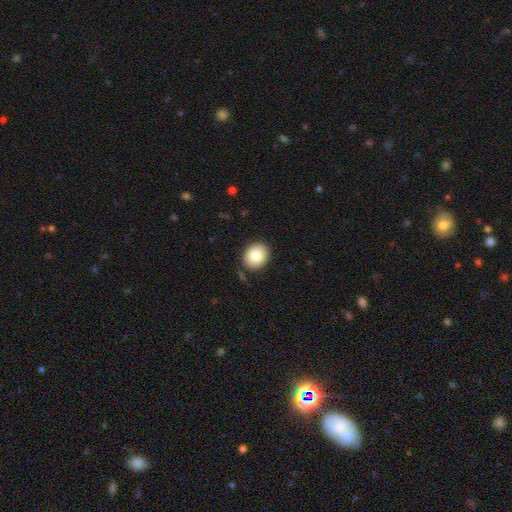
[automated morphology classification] smooth_or_featured: smooth (p=0.85) [alt: featured or disk p=0.08]
how_rounded: round (p=0.56) [alt: in between p=0.43]
merging: none (p=0.85) [alt: minor disturbance p=0.10]